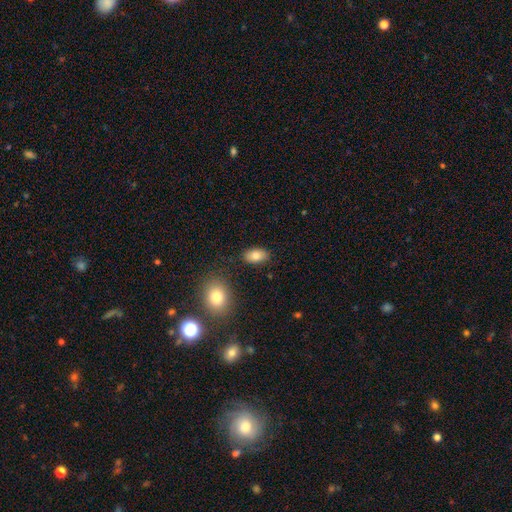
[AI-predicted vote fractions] smooth 80%, featured or disk 12%, star or artifact 9%. Down the decision tree: how rounded — in between (90%); merging — none (84%).